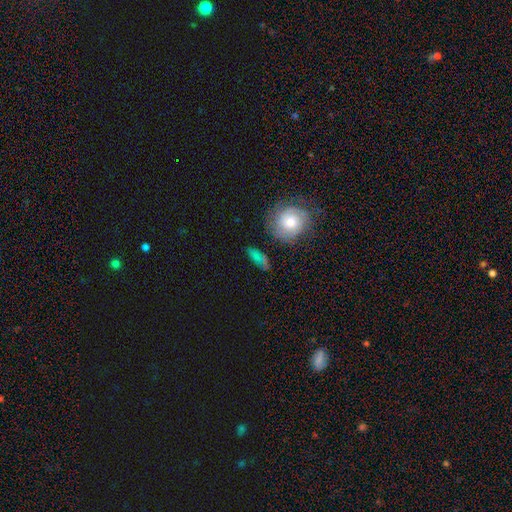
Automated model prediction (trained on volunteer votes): smooth_or_featured: smooth (p=0.58) [alt: featured or disk p=0.28]
how_rounded: in between (p=0.66) [alt: cigar-shaped p=0.18]
merging: none (p=0.64) [alt: minor disturbance p=0.19]